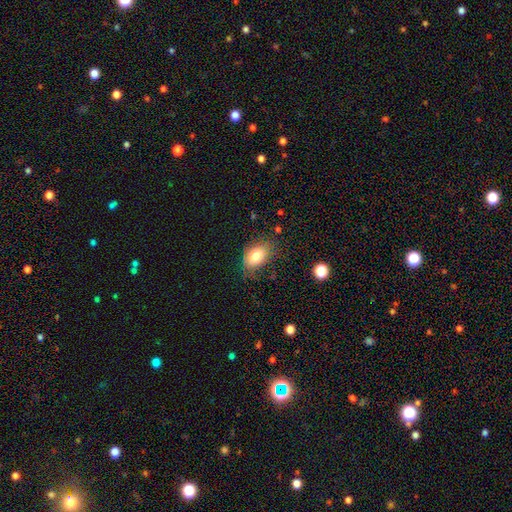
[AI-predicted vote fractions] Smooth or featured: smooth — 79% (featured or disk — 12%)
How rounded: in between — 84% (round — 14%)
Merging: none — 73% (minor disturbance — 20%)